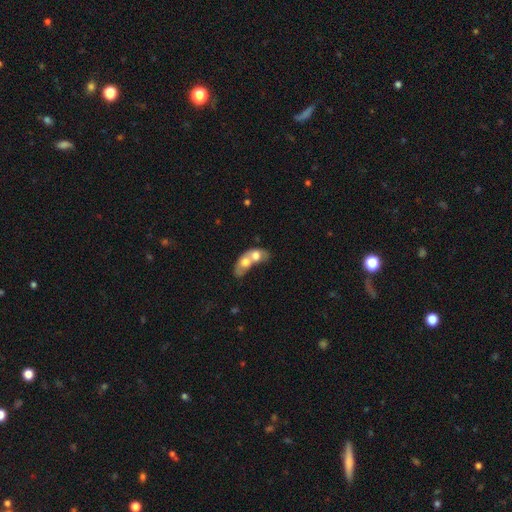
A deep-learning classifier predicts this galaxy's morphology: A smooth galaxy with no disk features (61%) that is in between round and cigar-shaped (70%).

Vote fractions:
- Smooth or featured? smooth: 61% / featured or disk: 32% / star or artifact: 7%
- How rounded? in between: 70% / round: 25% / cigar-shaped: 5%
- Merging? merger: 85% / none: 7% / major disturbance: 4% / minor disturbance: 4%